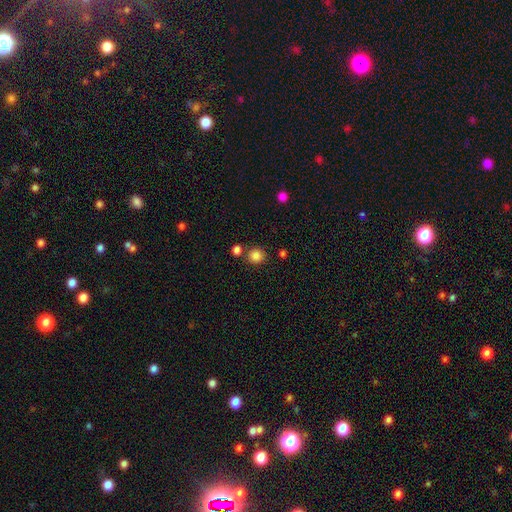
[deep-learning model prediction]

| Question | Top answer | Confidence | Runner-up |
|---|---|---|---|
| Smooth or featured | smooth | 85% | star or artifact (11%) |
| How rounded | round | 88% | in between (11%) |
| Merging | none | 77% | merger (11%) |